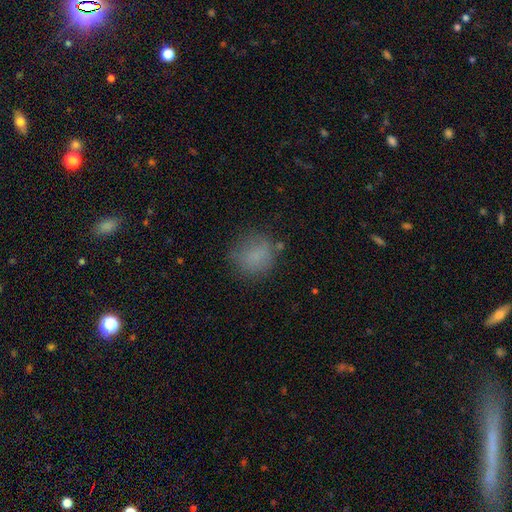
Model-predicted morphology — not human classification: This is likely a smooth galaxy (77%). How rounded: clearly round (80%). Merging: likely none (70%).